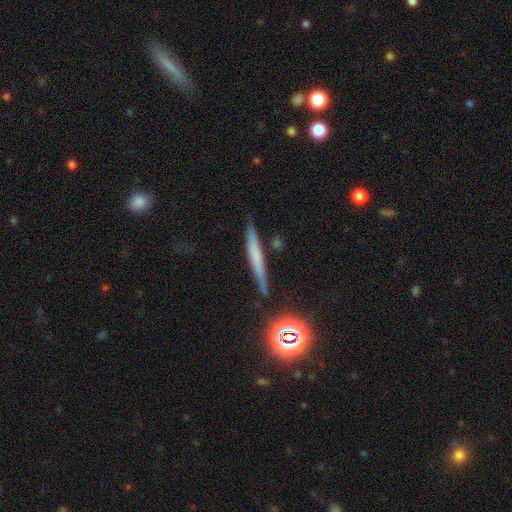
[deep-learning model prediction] Q: Smooth or featured?
A: smooth (51%); runner-up: featured or disk (35%)
Q: How rounded?
A: cigar-shaped (93%); runner-up: in between (4%)
Q: Merging?
A: none (85%); runner-up: minor disturbance (10%)